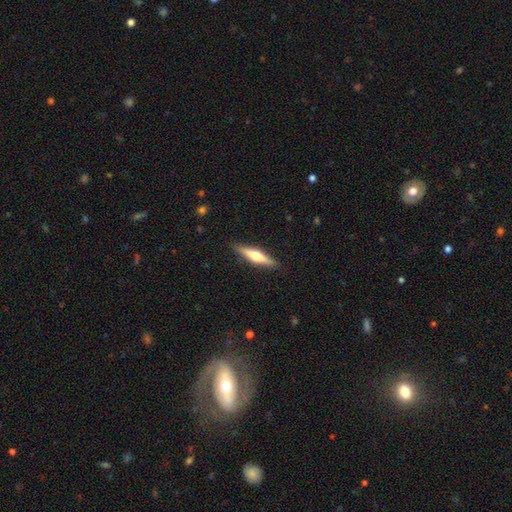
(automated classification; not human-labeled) Overall: featured or disk (54%; smooth 41%). Edge-on disk: yes (95%). Edge-on bulge: rounded (92%). Merging: none (90%).